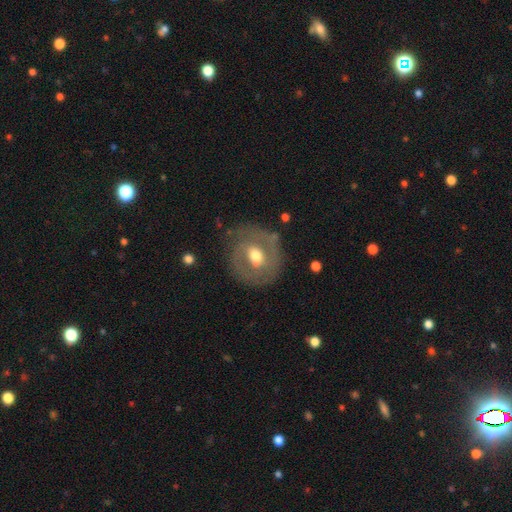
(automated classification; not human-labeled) Morphology: type=featured or disk (57%); edge-on=no (95%); bar=no (47%); spiral arms=no (68%); bulge=moderate (75%); merging=none (73%).